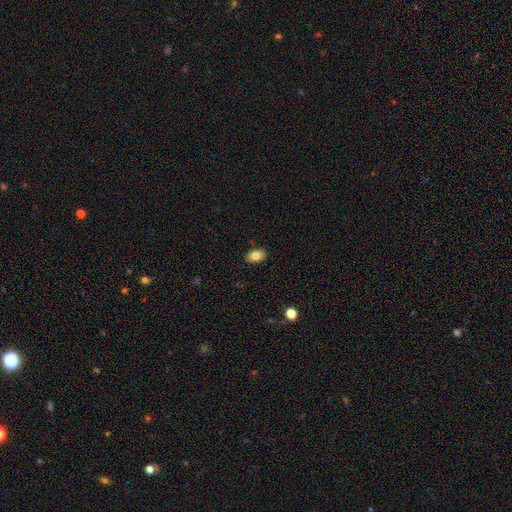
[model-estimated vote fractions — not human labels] The model was most divided on "smooth or featured": smooth: 82%, featured or disk: 10%, star or artifact: 8%. More confident: how rounded — in between (90%); merging — none (88%).